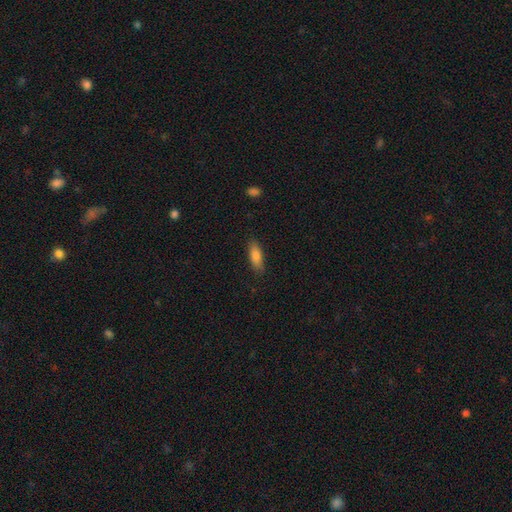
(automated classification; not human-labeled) Smooth or featured? Predicted: smooth (p=0.83). How rounded? Predicted: in between (p=0.65). Merging? Predicted: none (p=0.84).